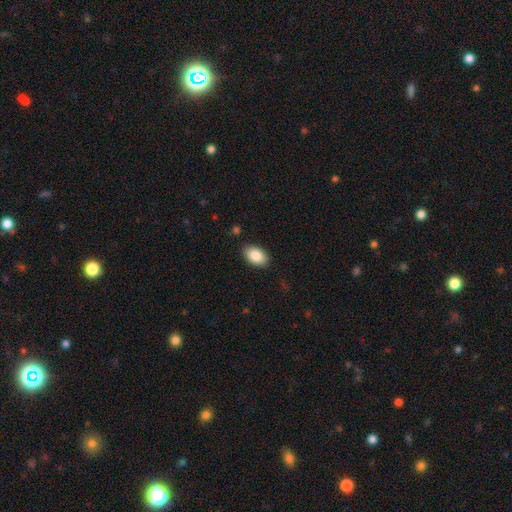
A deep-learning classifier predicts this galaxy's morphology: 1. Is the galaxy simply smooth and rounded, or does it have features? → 87% smooth, 7% star or artifact, 6% featured or disk.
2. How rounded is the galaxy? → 93% in between, 6% round, 1% cigar-shaped.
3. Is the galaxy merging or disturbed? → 88% none, 9% minor disturbance, 2% major disturbance, 1% merger.